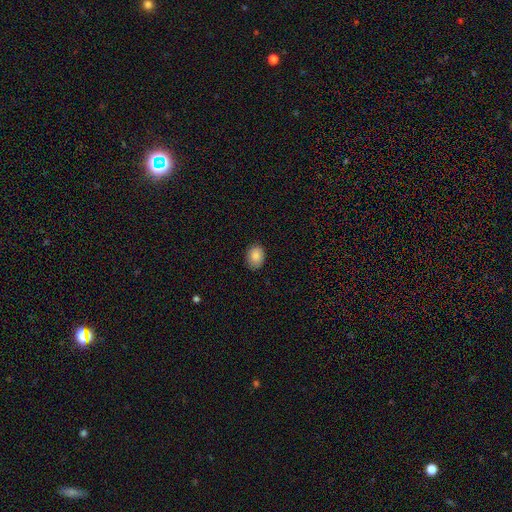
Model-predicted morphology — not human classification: Smooth or featured?
  - smooth: 87% *
  - star or artifact: 8%
  - featured or disk: 6%
How rounded?
  - in between: 64% *
  - round: 35%
  - cigar-shaped: 1%
Merging?
  - none: 85% *
  - minor disturbance: 12%
  - major disturbance: 2%
  - merger: 1%